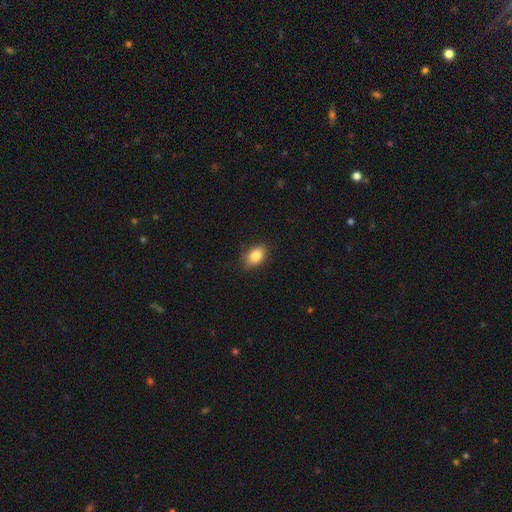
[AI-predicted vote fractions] Morphology: type=smooth (84%); roundness=in between (85%); merging=none (85%).